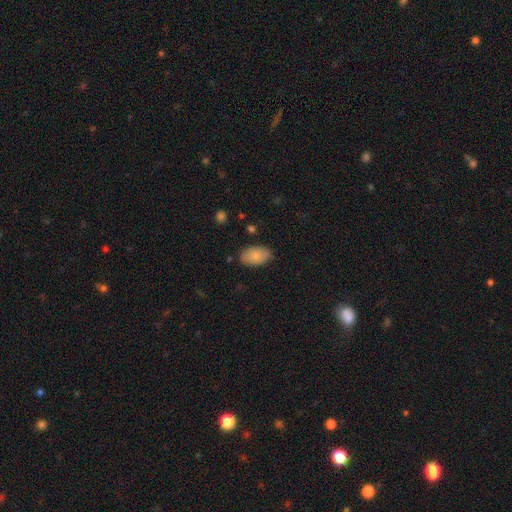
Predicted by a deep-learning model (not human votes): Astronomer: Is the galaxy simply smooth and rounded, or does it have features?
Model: smooth — 83%.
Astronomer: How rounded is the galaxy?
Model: in between — 93%.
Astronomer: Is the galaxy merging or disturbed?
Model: none — 83%.